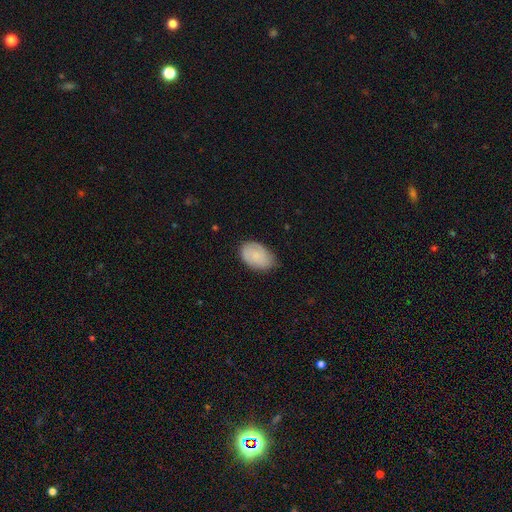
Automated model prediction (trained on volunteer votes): Morphology: type=smooth (79%); roundness=in between (90%); merging=none (69%).